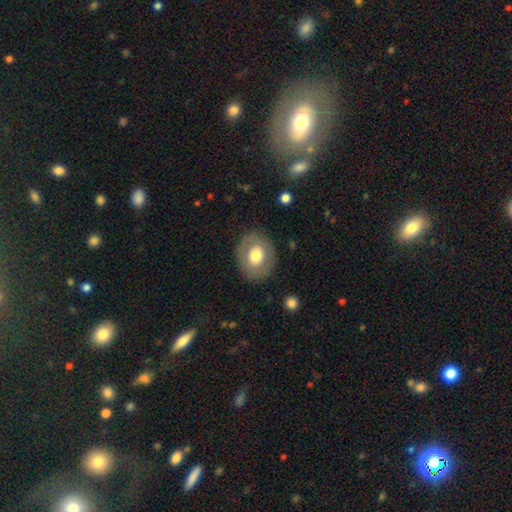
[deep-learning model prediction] Smooth or featured: smooth — 66% (featured or disk — 28%)
How rounded: round — 53% (in between — 46%)
Merging: none — 85% (minor disturbance — 10%)